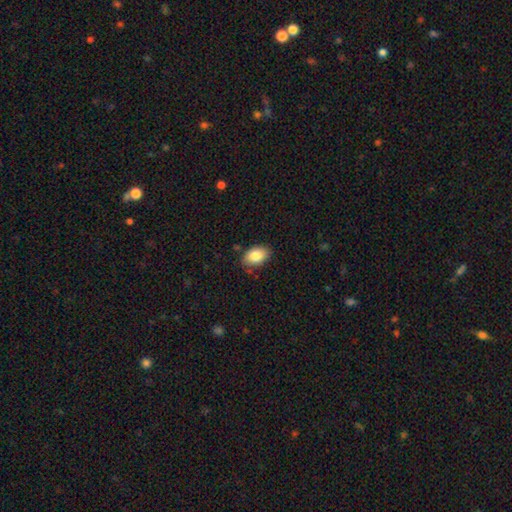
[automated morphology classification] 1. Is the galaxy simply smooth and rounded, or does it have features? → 84% smooth, 9% featured or disk, 7% star or artifact.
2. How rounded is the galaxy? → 90% in between, 9% round, 1% cigar-shaped.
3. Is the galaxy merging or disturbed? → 82% none, 14% minor disturbance, 3% major disturbance, 2% merger.